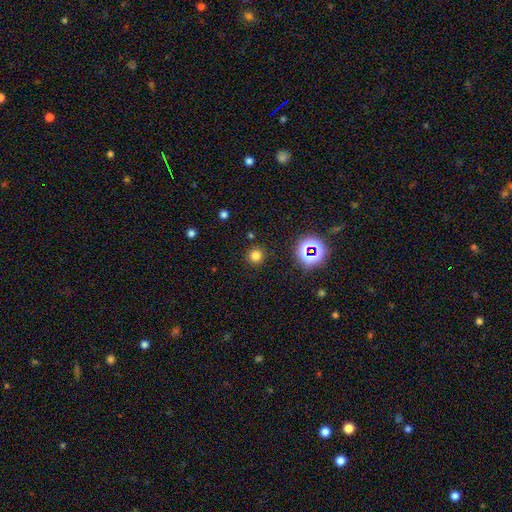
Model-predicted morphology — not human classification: Smooth or featured? smooth (74%)
How rounded? round (95%)
Merging? none (90%)